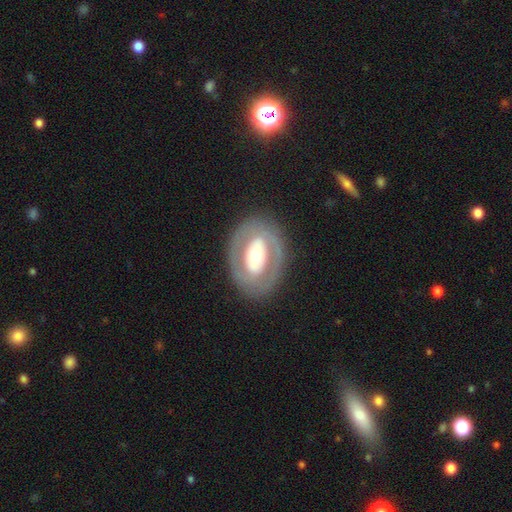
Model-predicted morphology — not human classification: featured or disk 65%, smooth 29%, star or artifact 6%. Down the decision tree: edge-on disk — no (92%); bar — no (44%); spiral arms — no (74%); bulge size — moderate (56%); merging — none (81%).